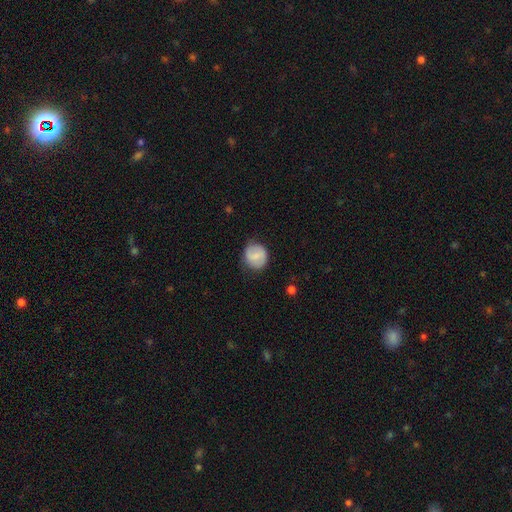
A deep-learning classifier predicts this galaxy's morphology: Q: Smooth or featured?
A: smooth (67%); runner-up: featured or disk (26%)
Q: How rounded?
A: round (84%); runner-up: in between (16%)
Q: Merging?
A: none (77%); runner-up: minor disturbance (17%)